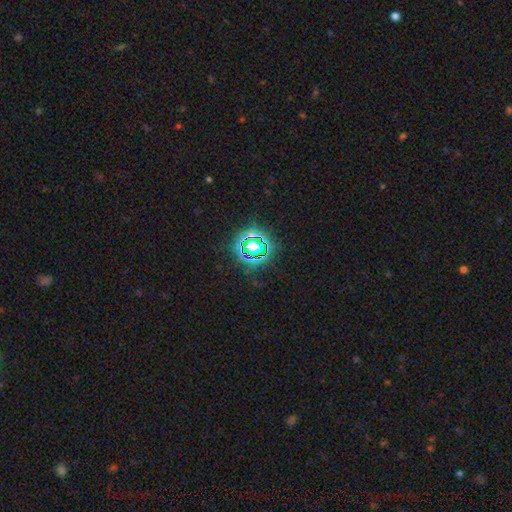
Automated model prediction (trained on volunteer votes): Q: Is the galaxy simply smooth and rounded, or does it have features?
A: star or artifact — 79%.